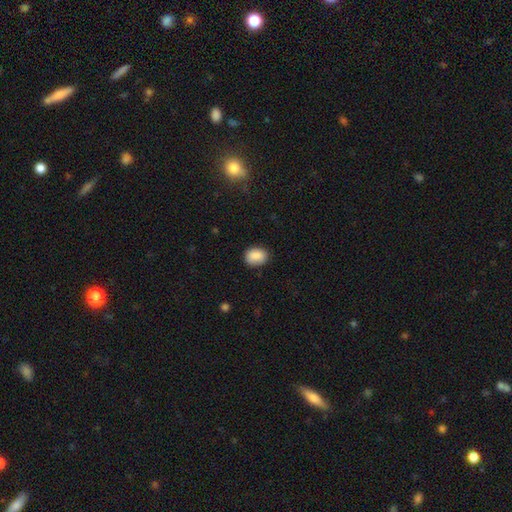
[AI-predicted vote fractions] Smooth or featured?
  - smooth: 88% *
  - star or artifact: 8%
  - featured or disk: 4%
How rounded?
  - in between: 64% *
  - round: 35%
  - cigar-shaped: 1%
Merging?
  - none: 83% *
  - minor disturbance: 13%
  - major disturbance: 3%
  - merger: 1%